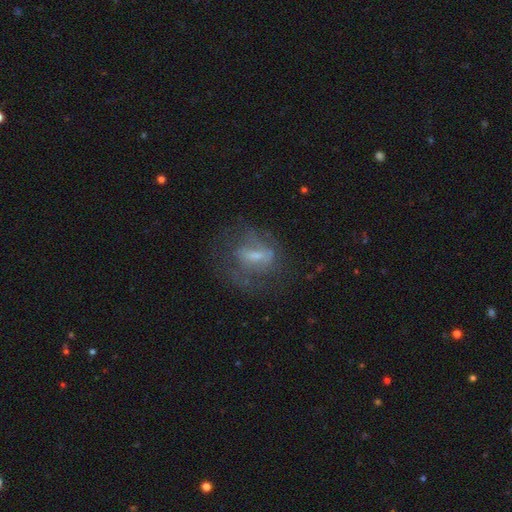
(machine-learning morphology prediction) Smooth or featured? featured or disk (61%)
Edge-on disk? no (92%)
Bar? weak (45%)
Spiral arms? yes (52%)
Bulge size? small (48%)
Merging? none (53%)